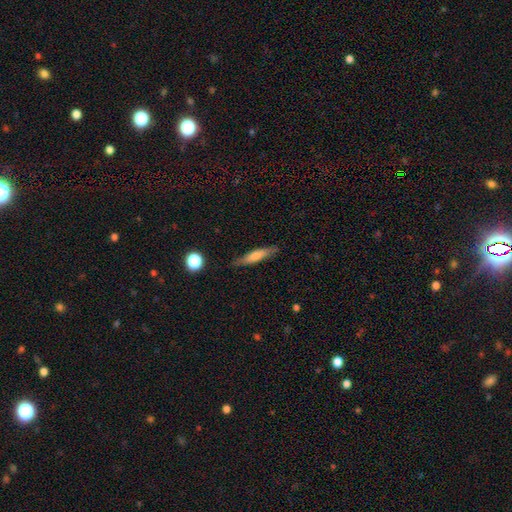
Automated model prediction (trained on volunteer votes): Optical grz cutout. It shows a smooth galaxy with no disk features (65%) that is cigar-shaped (86%). Merging: none (84%).